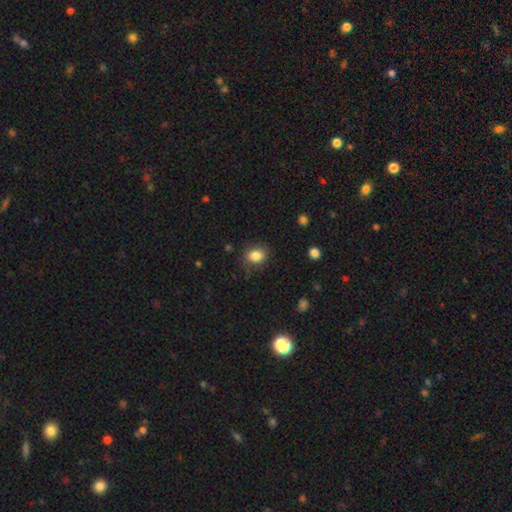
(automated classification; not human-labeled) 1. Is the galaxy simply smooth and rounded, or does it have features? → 84% smooth, 10% star or artifact, 6% featured or disk.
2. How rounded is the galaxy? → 50% in between, 49% round, 1% cigar-shaped.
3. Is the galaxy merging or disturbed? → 80% none, 15% minor disturbance, 4% major disturbance, 1% merger.